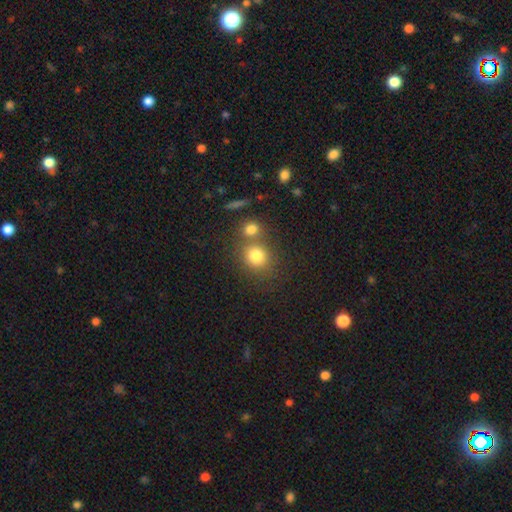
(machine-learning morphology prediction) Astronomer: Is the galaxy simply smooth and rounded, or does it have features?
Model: smooth — 79%.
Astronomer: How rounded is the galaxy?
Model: round — 81%.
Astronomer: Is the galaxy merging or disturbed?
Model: none — 55% (runner-up: merger, 32%).